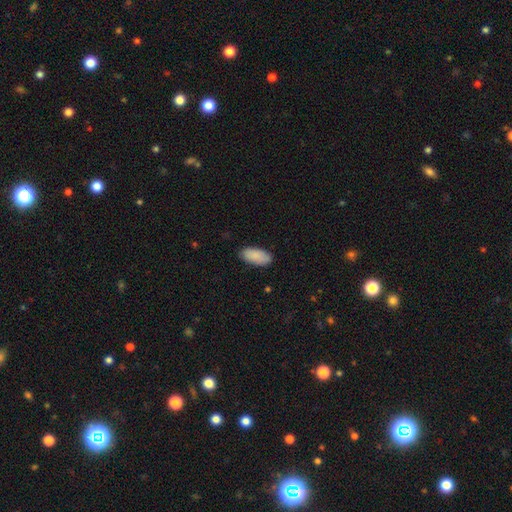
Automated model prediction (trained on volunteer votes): smooth 89%, star or artifact 6%, featured or disk 5%. Down the decision tree: how rounded — in between (91%); merging — none (85%).